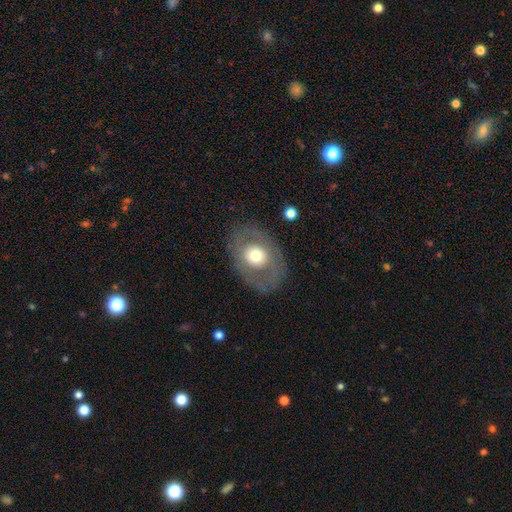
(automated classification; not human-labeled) smooth-or-featured: smooth: 52% | featured or disk: 41% | star or artifact: 7%
  how-rounded: in between: 62% | round: 37% | cigar-shaped: 1%
  merging: none: 79% | minor disturbance: 11% | major disturbance: 8% | merger: 1%